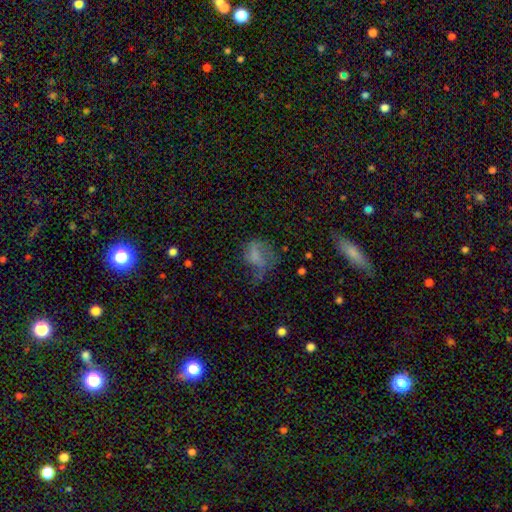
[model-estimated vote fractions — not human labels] This appears to be a smooth galaxy with no disk features (46%). Merging: major disturbance (47%).